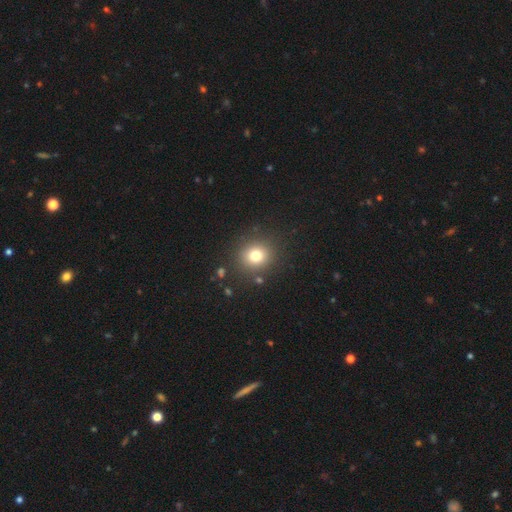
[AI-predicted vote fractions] A smooth galaxy with no disk features (76%) that is round (86%). Merging: none (87%).